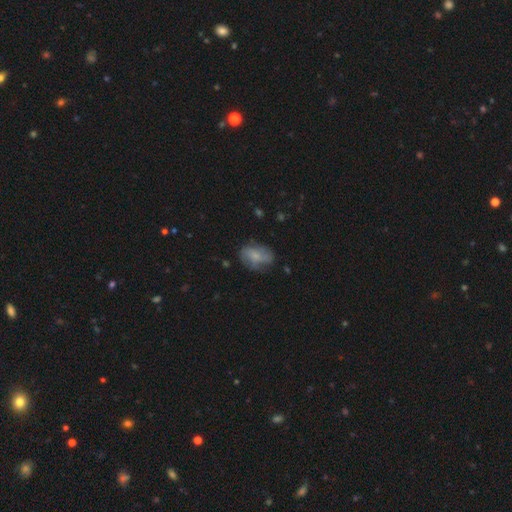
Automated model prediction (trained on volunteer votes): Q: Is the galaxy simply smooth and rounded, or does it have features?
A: smooth — 53%.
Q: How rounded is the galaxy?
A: in between — 73%.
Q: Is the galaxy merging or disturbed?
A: none — 62%.